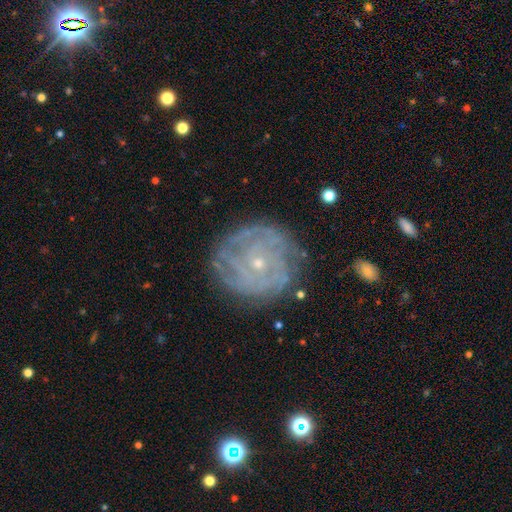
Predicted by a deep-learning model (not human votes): Smooth or featured?
  - featured or disk: 78% *
  - smooth: 12%
  - star or artifact: 9%
Edge-on disk?
  - no: 97% *
  - yes: 3%
Bar?
  - no: 77% *
  - weak: 18%
  - strong: 5%
Spiral arms?
  - yes: 92% *
  - no: 8%
Spiral winding?
  - tight: 80% *
  - medium: 17%
  - loose: 4%
Spiral arm count?
  - can't tell: 38% *
  - 2: 16%
  - 3: 16%
  - 4: 14%
  - more than 4: 9%
  - 1: 7%
Bulge size?
  - small: 81% *
  - moderate: 16%
  - none: 1%
  - large: 1%
  - dominant: 1%
Merging?
  - none: 80% *
  - minor disturbance: 14%
  - major disturbance: 5%
  - merger: 1%